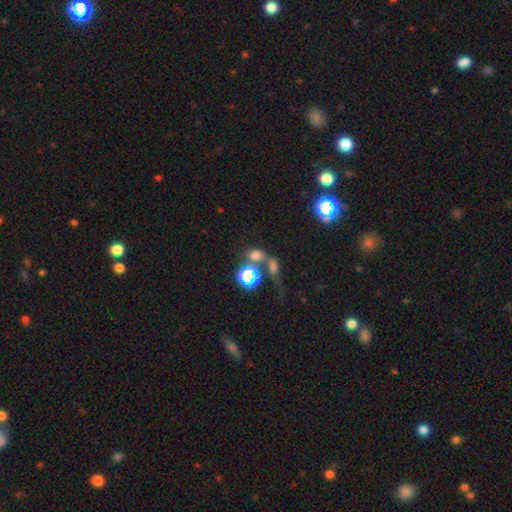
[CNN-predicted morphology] This appears to be a smooth galaxy with no disk features (64%) that is in between round and cigar-shaped (57%). Merging: merger (41%).